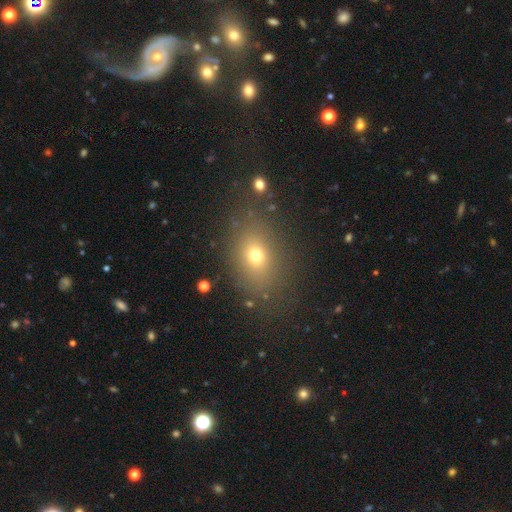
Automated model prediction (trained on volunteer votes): A smooth galaxy with no disk features (69%) that is in between round and cigar-shaped (69%). Merging: none (82%).